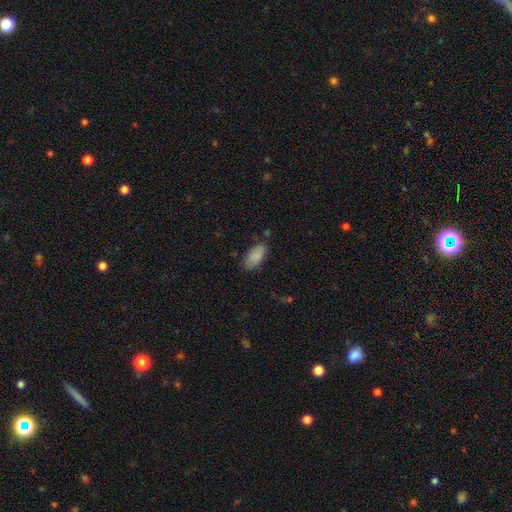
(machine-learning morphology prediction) This appears to be a smooth galaxy with no disk features (87%) that is in between round and cigar-shaped (93%). Merging: none (79%).